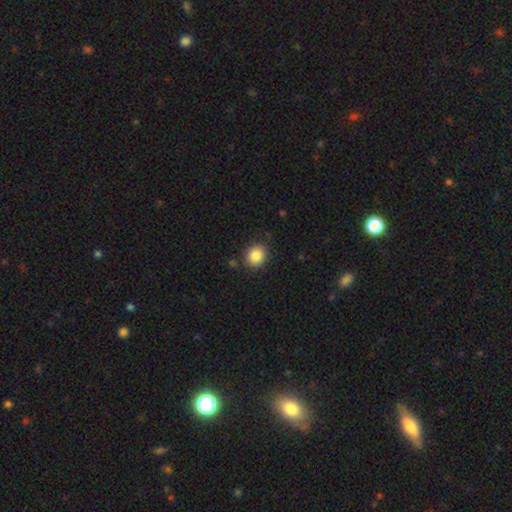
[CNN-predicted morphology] Q: Smooth or featured?
A: smooth (86%); runner-up: star or artifact (9%)
Q: How rounded?
A: round (68%); runner-up: in between (31%)
Q: Merging?
A: none (86%); runner-up: minor disturbance (10%)